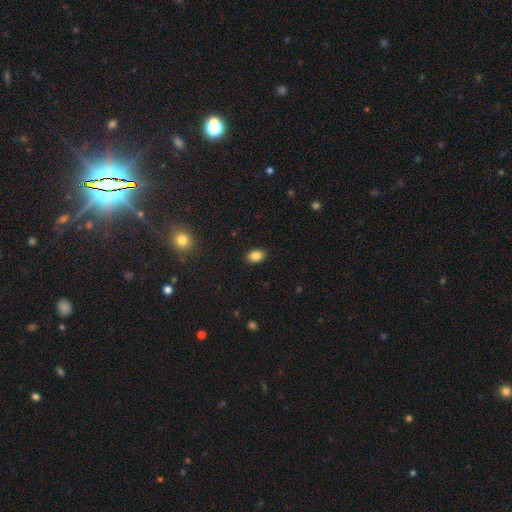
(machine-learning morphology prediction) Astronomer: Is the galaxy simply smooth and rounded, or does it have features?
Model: smooth — 86%.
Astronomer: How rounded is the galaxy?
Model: in between — 87%.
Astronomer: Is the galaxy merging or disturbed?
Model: none — 88%.